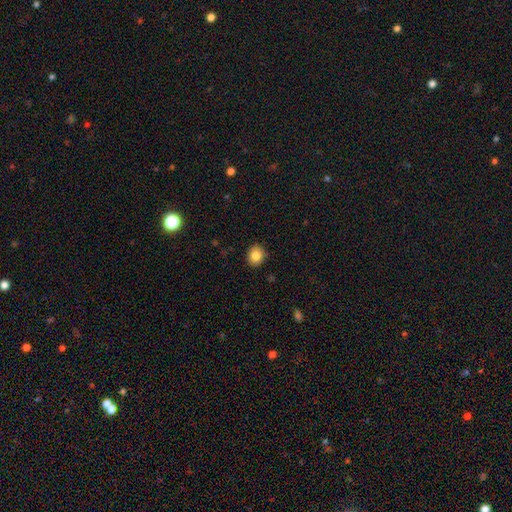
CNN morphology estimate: The model was most divided on "how rounded": round: 67%, in between: 32%, cigar-shaped: 1%. More confident: merging — none (88%); smooth or featured — smooth (83%).